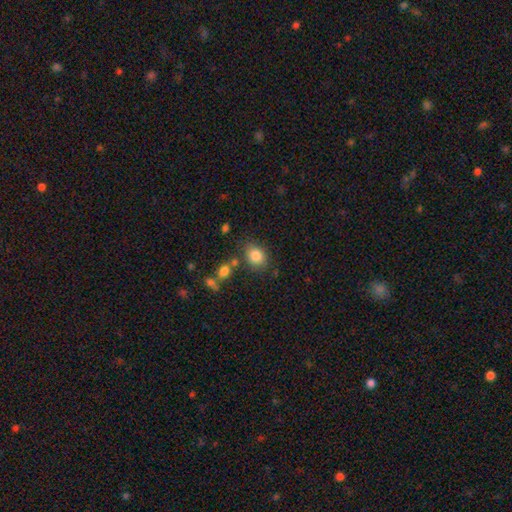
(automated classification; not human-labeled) smooth 84%, star or artifact 9%, featured or disk 7%. Down the decision tree: how rounded — in between (54%); merging — none (73%).